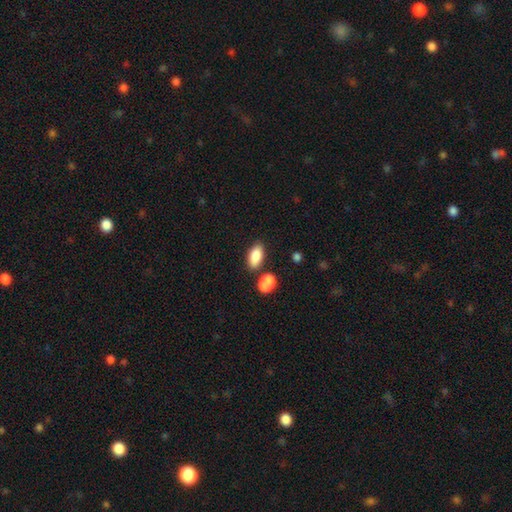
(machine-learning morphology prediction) This is clearly a smooth galaxy (84%). How rounded: clearly in between (90%). Merging: likely none (70%).